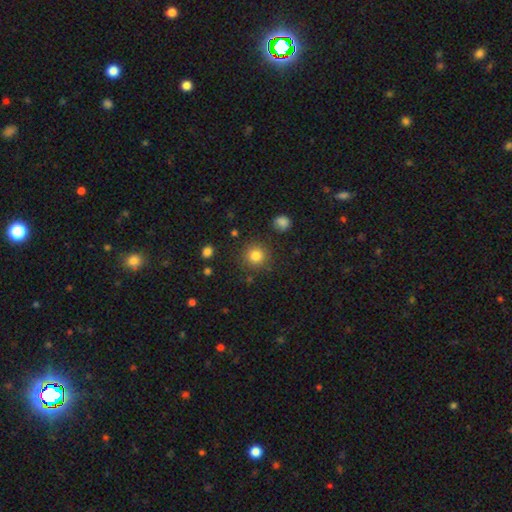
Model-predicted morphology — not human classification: Smooth or featured? Predicted: smooth (p=0.83). How rounded? Predicted: round (p=0.94). Merging? Predicted: none (p=0.88).